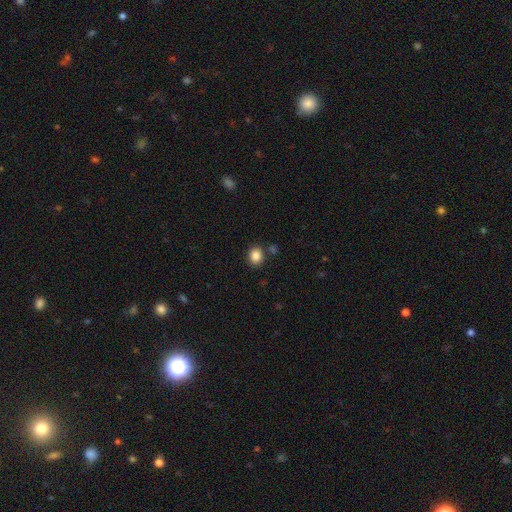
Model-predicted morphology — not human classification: This is clearly a smooth galaxy (86%). How rounded: possibly round (57%). Merging: clearly none (82%).